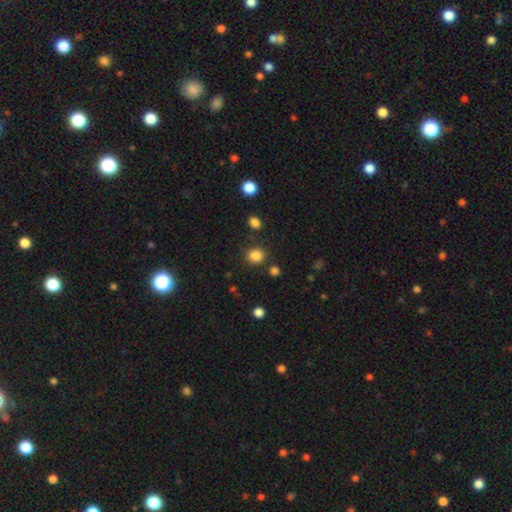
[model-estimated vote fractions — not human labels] Smooth or featured?
  - smooth: 85% *
  - star or artifact: 12%
  - featured or disk: 4%
How rounded?
  - round: 81% *
  - in between: 18%
  - cigar-shaped: 1%
Merging?
  - none: 83% *
  - minor disturbance: 9%
  - merger: 4%
  - major disturbance: 3%